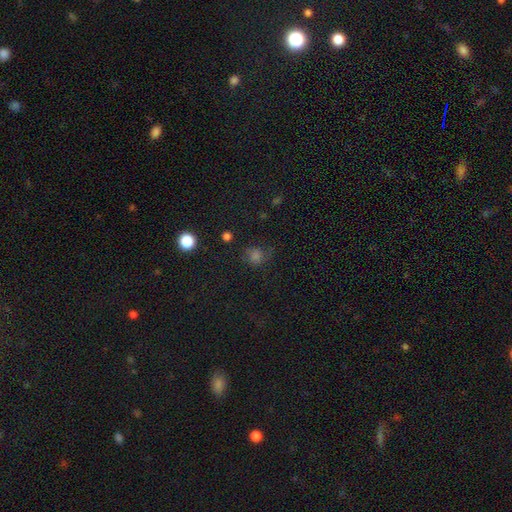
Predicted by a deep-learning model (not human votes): Smooth or featured: smooth — 64% (star or artifact — 27%)
How rounded: round — 82% (in between — 16%)
Merging: none — 68% (minor disturbance — 20%)